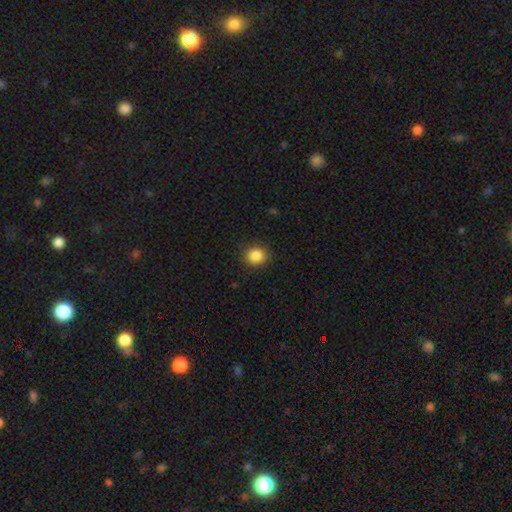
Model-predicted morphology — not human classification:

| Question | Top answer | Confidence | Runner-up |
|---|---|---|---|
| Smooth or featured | smooth | 86% | star or artifact (10%) |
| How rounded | round | 77% | in between (22%) |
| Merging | none | 88% | minor disturbance (9%) |